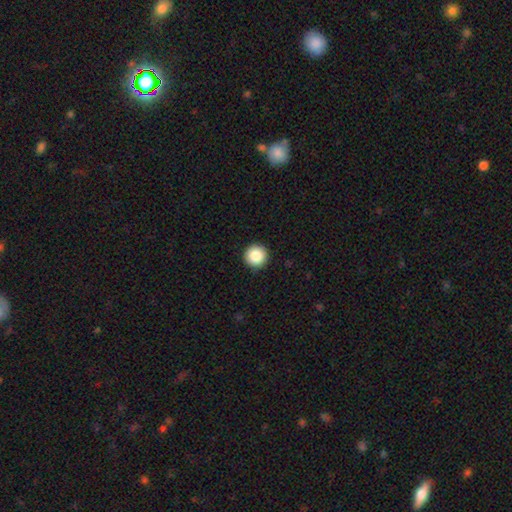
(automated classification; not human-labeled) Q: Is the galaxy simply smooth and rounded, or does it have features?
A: smooth — 87%.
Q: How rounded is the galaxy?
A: round — 97%.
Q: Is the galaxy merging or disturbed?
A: none — 94%.